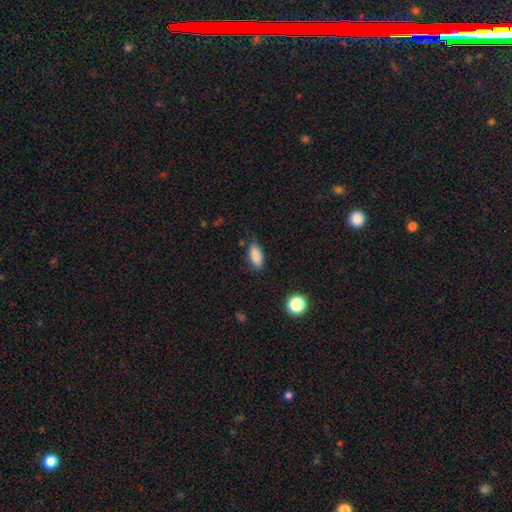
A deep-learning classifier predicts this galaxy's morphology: Smooth or featured? smooth (87%)
How rounded? in between (86%)
Merging? none (78%)